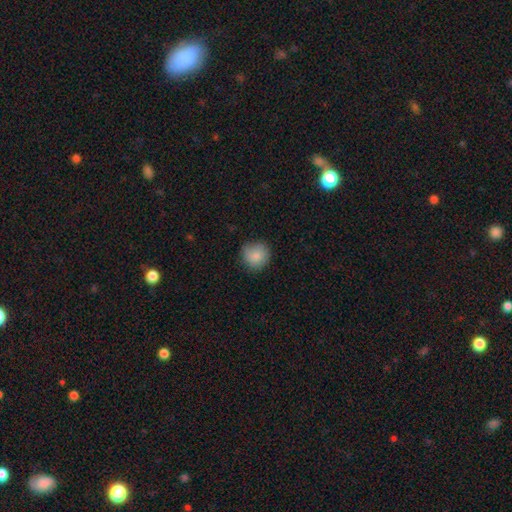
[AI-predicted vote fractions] A smooth galaxy with no disk features (84%) that is round (90%).

Vote fractions:
- Smooth or featured? smooth: 84% / star or artifact: 8% / featured or disk: 7%
- How rounded? round: 90% / in between: 9% / cigar-shaped: 1%
- Merging? none: 77% / minor disturbance: 18% / major disturbance: 3% / merger: 1%